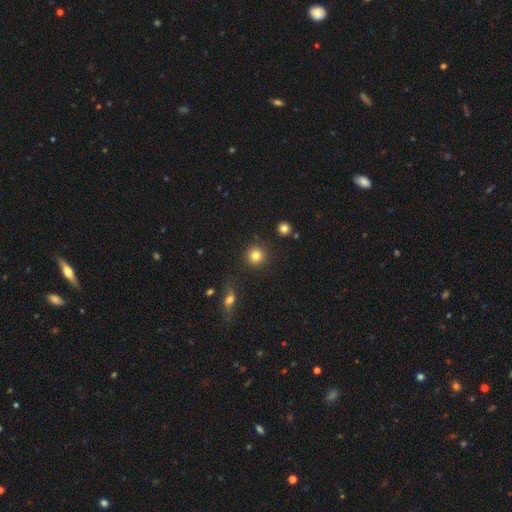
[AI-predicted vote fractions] Smooth or featured?
  - smooth: 82% *
  - star or artifact: 12%
  - featured or disk: 7%
How rounded?
  - round: 94% *
  - in between: 5%
  - cigar-shaped: 1%
Merging?
  - none: 89% *
  - minor disturbance: 6%
  - merger: 3%
  - major disturbance: 2%